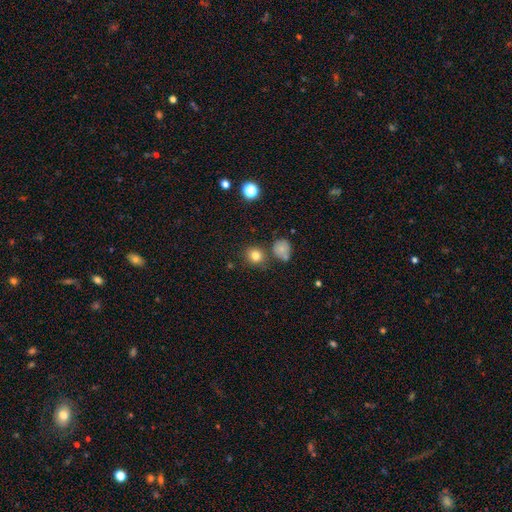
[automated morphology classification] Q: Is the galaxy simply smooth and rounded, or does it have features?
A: smooth — 80%.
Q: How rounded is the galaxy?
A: round — 80%.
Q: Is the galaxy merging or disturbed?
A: none — 77%.